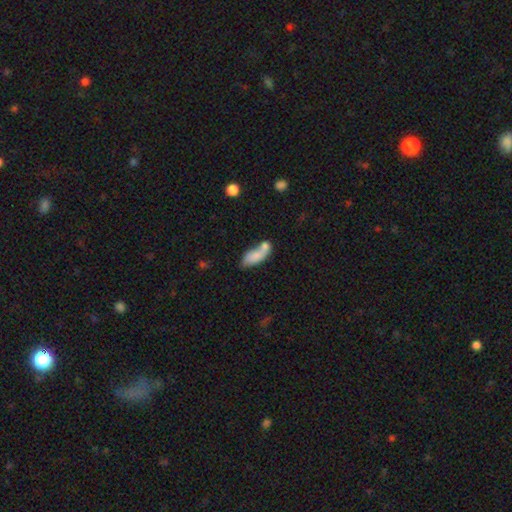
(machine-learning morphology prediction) The model was most divided on "merging": merger: 46%, none: 29%, minor disturbance: 16%, major disturbance: 9%. More confident: how rounded — in between (78%); smooth or featured — smooth (75%).